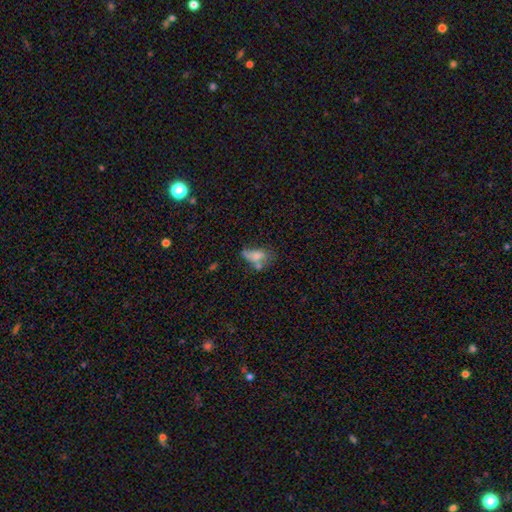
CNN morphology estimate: Smooth or featured? smooth (63%)
How rounded? in between (84%)
Merging? merger (30%)